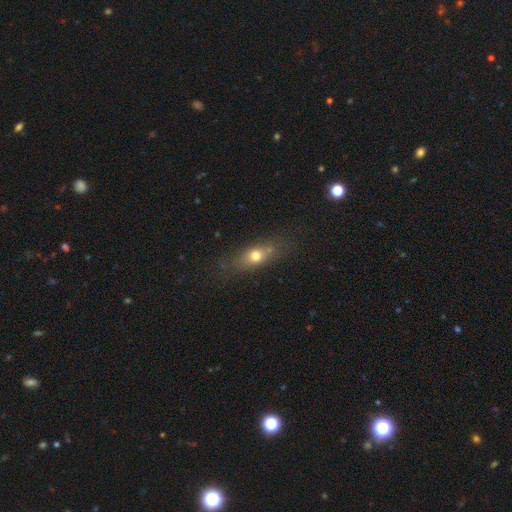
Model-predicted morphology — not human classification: The model was most divided on "how rounded": in between: 59%, cigar-shaped: 25%, round: 16%. More confident: merging — none (69%); smooth or featured — smooth (68%).